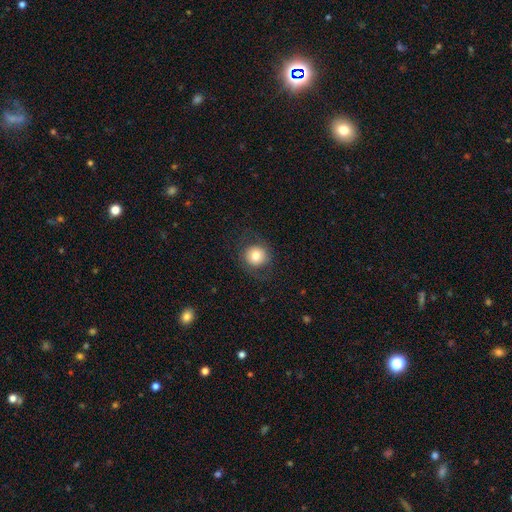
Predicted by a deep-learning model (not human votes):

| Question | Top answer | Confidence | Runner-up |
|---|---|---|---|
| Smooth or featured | smooth | 73% | featured or disk (17%) |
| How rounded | round | 92% | in between (7%) |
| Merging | none | 82% | minor disturbance (10%) |